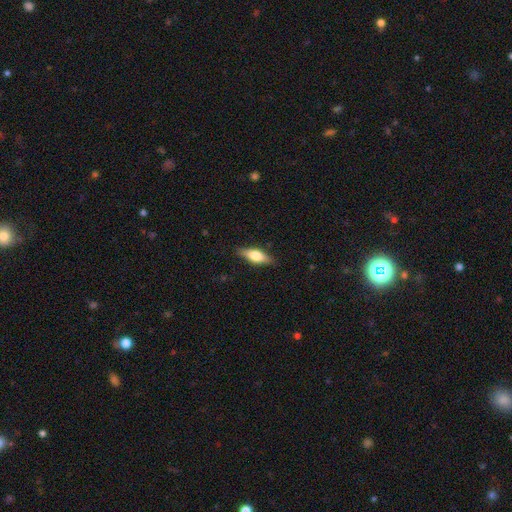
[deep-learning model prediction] smooth-or-featured: smooth: 59% | featured or disk: 34% | star or artifact: 7%
  how-rounded: in between: 63% | cigar-shaped: 34% | round: 3%
  merging: none: 84% | minor disturbance: 12% | major disturbance: 3% | merger: 1%